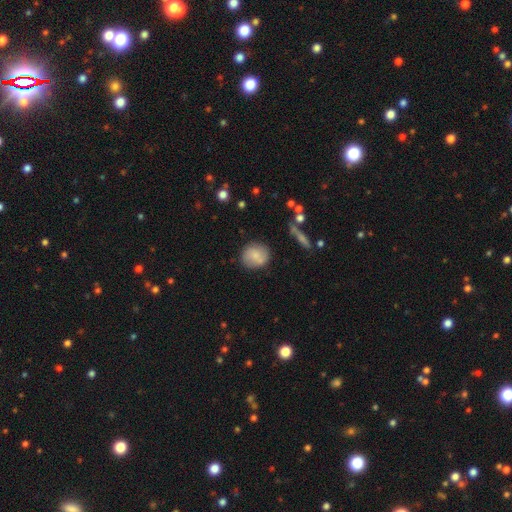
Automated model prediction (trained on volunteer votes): Smooth or featured? Predicted: smooth (p=0.72). How rounded? Predicted: round (p=0.85). Merging? Predicted: none (p=0.80).